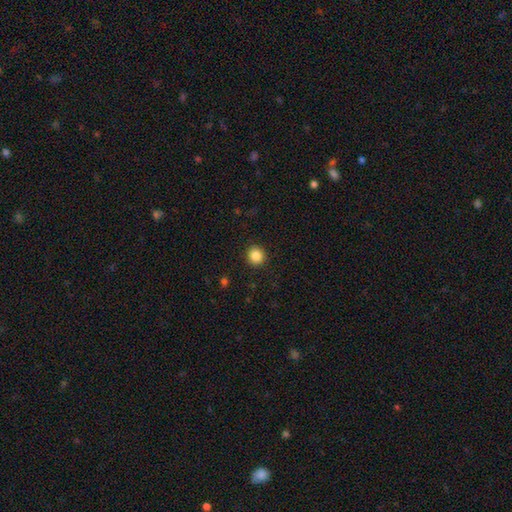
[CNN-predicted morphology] Smooth or featured: smooth — 86% (star or artifact — 10%)
How rounded: round — 91% (in between — 8%)
Merging: none — 91% (minor disturbance — 6%)